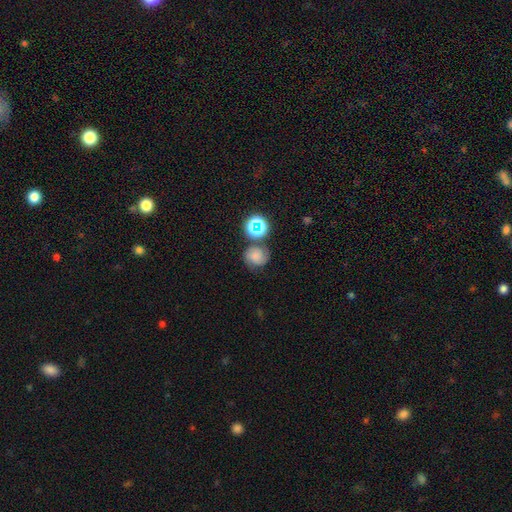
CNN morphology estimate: A smooth galaxy with no disk features (55%) that is round (78%). Merging: none (59%).